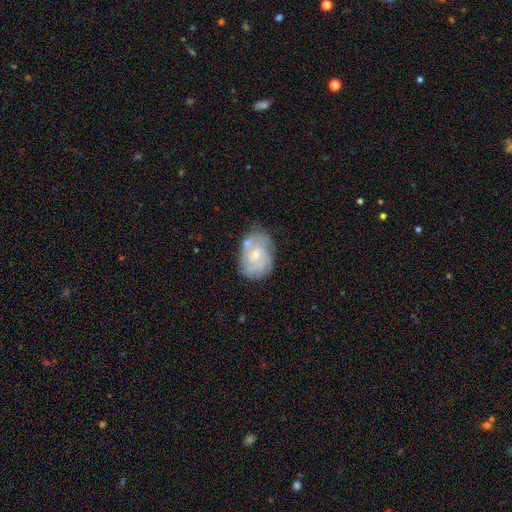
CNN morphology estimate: Q: Smooth or featured?
A: featured or disk (70%); runner-up: smooth (23%)
Q: Edge-on disk?
A: no (97%); runner-up: yes (3%)
Q: Bar?
A: no (70%); runner-up: weak (27%)
Q: Spiral arms?
A: yes (88%); runner-up: no (12%)
Q: Spiral winding?
A: tight (58%); runner-up: medium (33%)
Q: Spiral arm count?
A: can't tell (36%); runner-up: 3 (25%)
Q: Bulge size?
A: small (57%); runner-up: moderate (38%)
Q: Merging?
A: none (61%); runner-up: minor disturbance (21%)